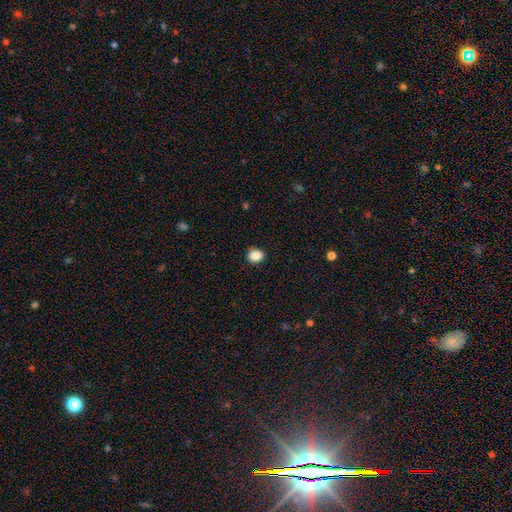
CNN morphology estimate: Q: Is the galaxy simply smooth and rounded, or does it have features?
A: smooth — 87%.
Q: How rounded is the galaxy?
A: round — 68%.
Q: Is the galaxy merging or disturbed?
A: none — 88%.